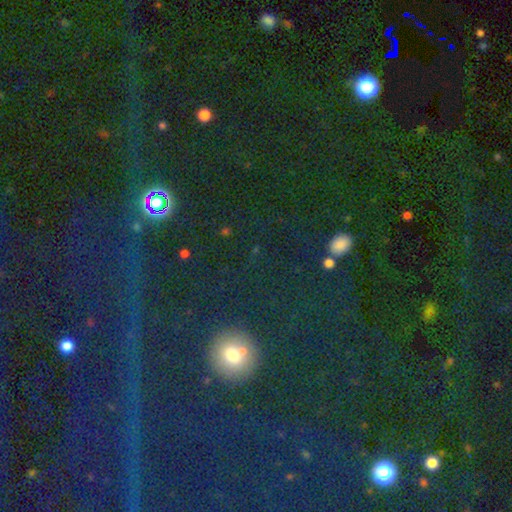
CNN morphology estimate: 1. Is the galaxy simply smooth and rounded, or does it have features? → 63% star or artifact, 29% smooth, 8% featured or disk.